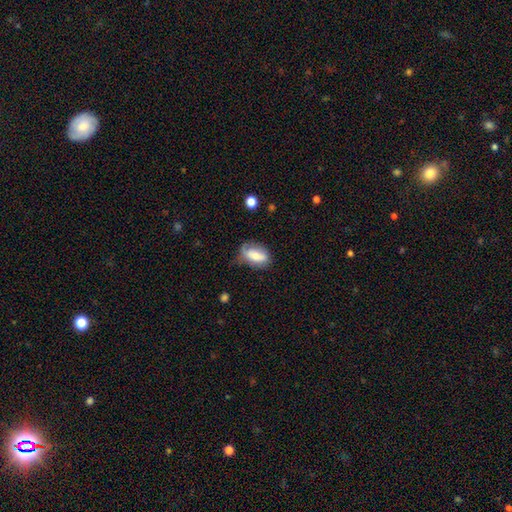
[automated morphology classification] Smooth or featured: smooth — 62% (featured or disk — 30%)
How rounded: in between — 88% (round — 6%)
Merging: none — 51% (minor disturbance — 34%)